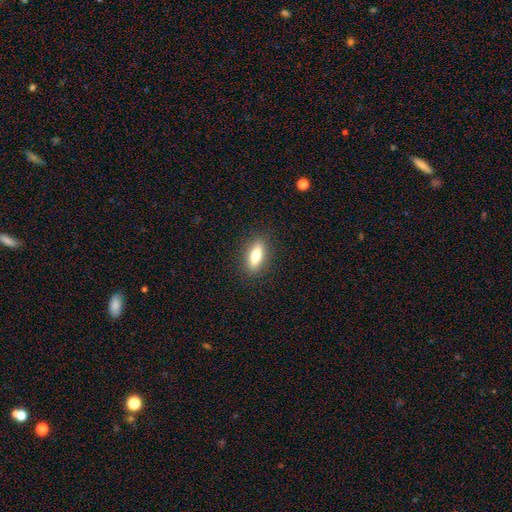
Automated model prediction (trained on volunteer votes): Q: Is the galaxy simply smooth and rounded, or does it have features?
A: smooth — 67%.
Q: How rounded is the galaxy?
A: in between — 64%.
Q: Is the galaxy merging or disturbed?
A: none — 88%.